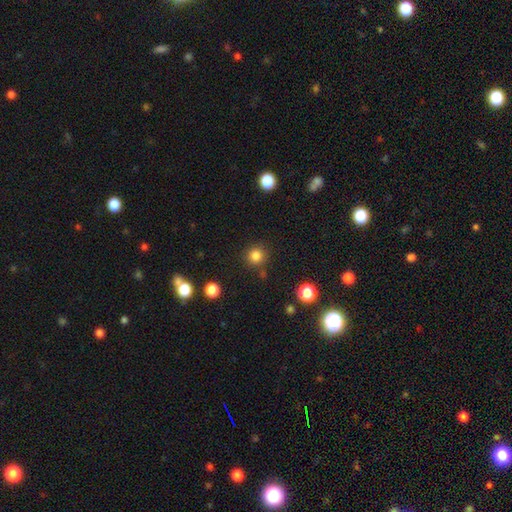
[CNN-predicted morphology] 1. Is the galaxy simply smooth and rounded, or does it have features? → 82% smooth, 13% star or artifact, 5% featured or disk.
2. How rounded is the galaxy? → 94% round, 5% in between, 1% cigar-shaped.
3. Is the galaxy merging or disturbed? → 87% none, 7% minor disturbance, 3% merger, 3% major disturbance.